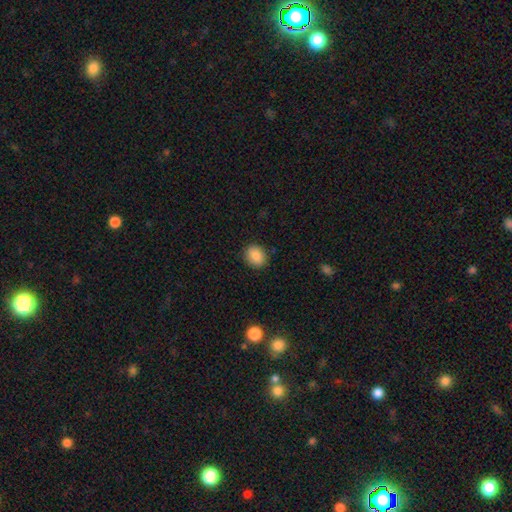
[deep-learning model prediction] Morphology: type=smooth (87%); roundness=round (56%); merging=none (89%).